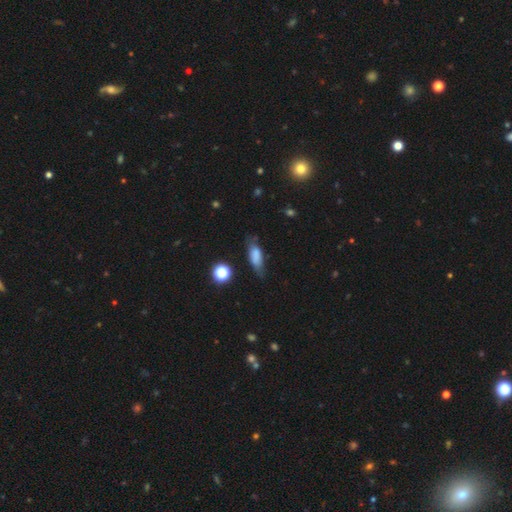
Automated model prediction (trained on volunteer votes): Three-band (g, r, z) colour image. It shows a smooth galaxy with no disk features (75%) that is in between round and cigar-shaped (63%). Merging: none (65%).